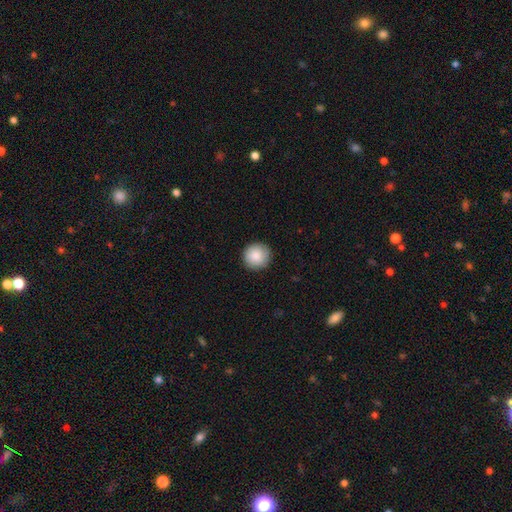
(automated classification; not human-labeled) This is clearly a smooth galaxy (86%). How rounded: clearly round (95%). Merging: clearly none (90%).